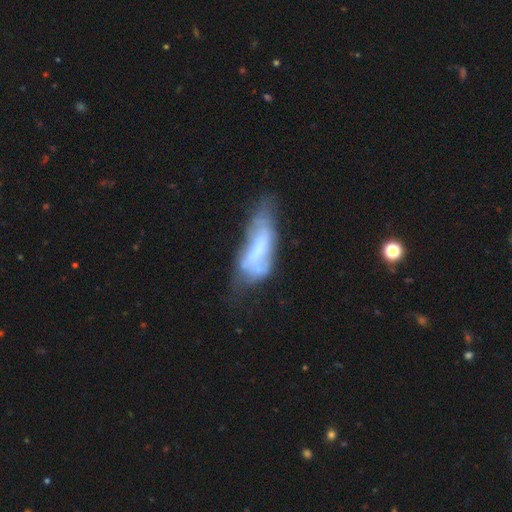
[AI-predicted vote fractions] The model was most divided on "merging" (2-way tie): minor disturbance: 30%, none: 30%, major disturbance: 29%, merger: 11%. Remaining: smooth or featured — featured or disk (48%).